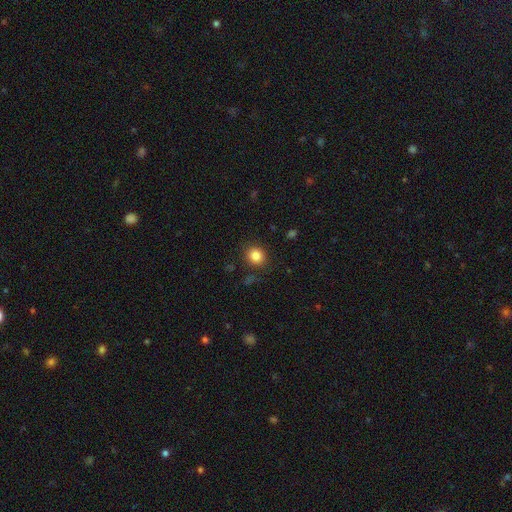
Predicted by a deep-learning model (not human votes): Overall: smooth (84%). How rounded: round (79%). Merging: none (87%).